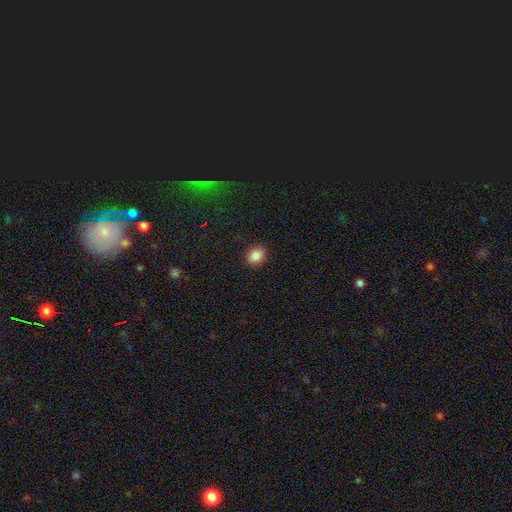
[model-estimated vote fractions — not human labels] A smooth galaxy with no disk features (86%) that is in between round and cigar-shaped (50%). Merging: none (89%).